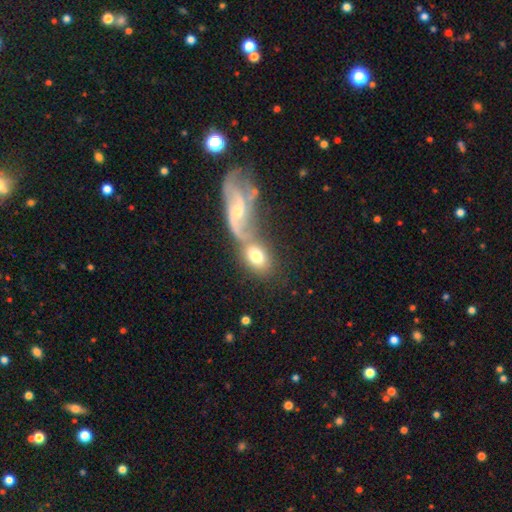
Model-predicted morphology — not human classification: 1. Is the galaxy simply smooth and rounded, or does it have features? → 61% smooth, 31% featured or disk, 8% star or artifact.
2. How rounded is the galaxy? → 79% in between, 18% round, 3% cigar-shaped.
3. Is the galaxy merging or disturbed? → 51% merger, 31% none, 11% minor disturbance, 7% major disturbance.